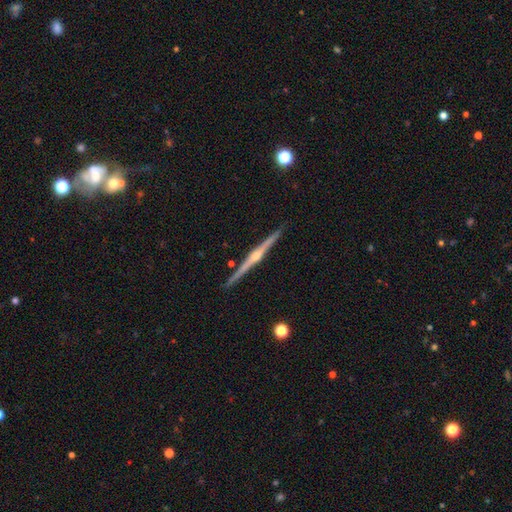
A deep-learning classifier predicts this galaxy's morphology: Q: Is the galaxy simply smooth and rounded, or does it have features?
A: featured or disk — 87%.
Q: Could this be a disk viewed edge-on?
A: yes — 99%.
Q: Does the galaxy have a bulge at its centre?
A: rounded — 91%.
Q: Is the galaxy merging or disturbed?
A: none — 92%.